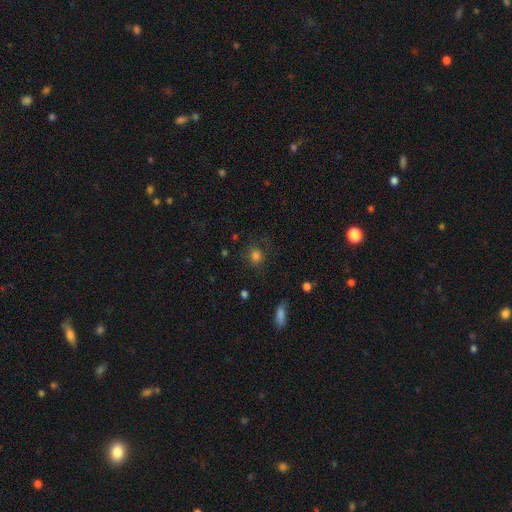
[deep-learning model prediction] Smooth or featured? Predicted: smooth (p=0.79). How rounded? Predicted: round (p=0.75). Merging? Predicted: none (p=0.73).